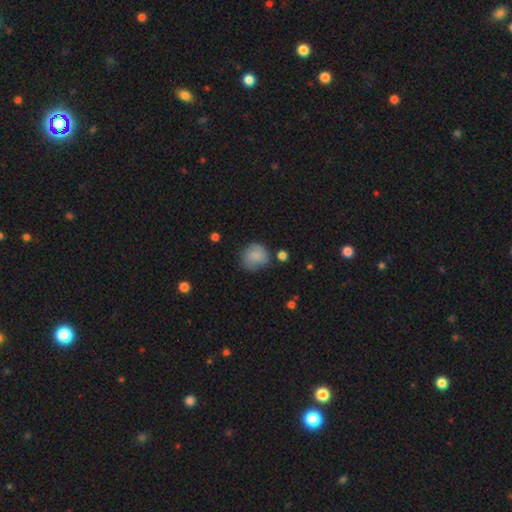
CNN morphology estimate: Overall: smooth (82%). How rounded: round (82%). Merging: none (66%).